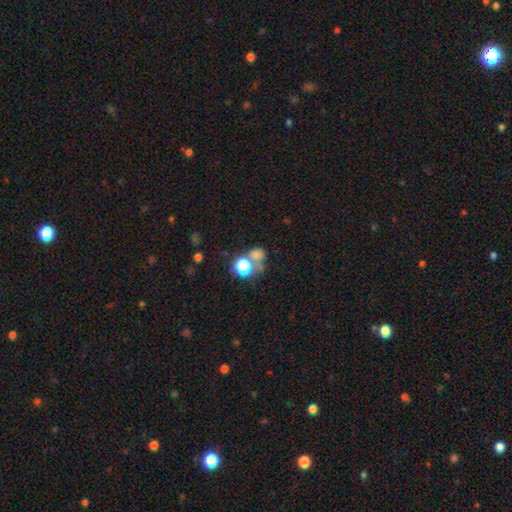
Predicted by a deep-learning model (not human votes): smooth-or-featured: smooth: 64% | star or artifact: 26% | featured or disk: 10%
  how-rounded: round: 75% | in between: 24% | cigar-shaped: 1%
  merging: none: 44% | merger: 38% | minor disturbance: 10% | major disturbance: 8%